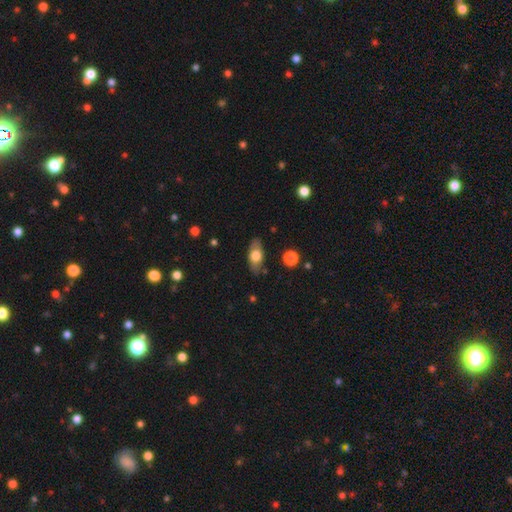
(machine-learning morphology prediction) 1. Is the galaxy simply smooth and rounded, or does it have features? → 62% smooth, 31% featured or disk, 7% star or artifact.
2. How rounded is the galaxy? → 82% in between, 11% cigar-shaped, 7% round.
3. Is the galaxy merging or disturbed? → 80% none, 15% minor disturbance, 4% major disturbance, 2% merger.